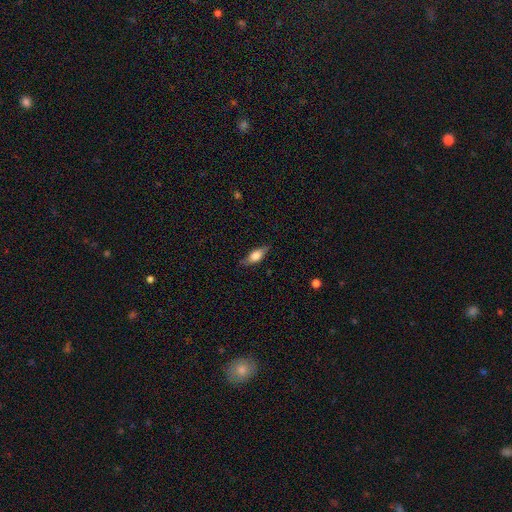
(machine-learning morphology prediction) Overall: smooth (66%; featured or disk 27%). How rounded: in between (75%). Merging: none (74%).